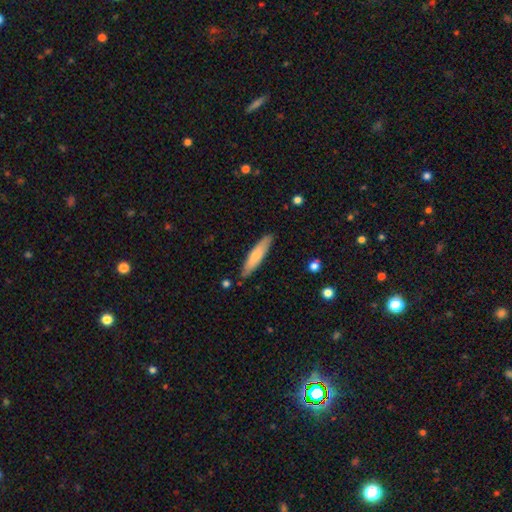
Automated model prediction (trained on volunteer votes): Smooth or featured? Predicted: smooth (p=0.73). How rounded? Predicted: cigar-shaped (p=0.83). Merging? Predicted: none (p=0.85).